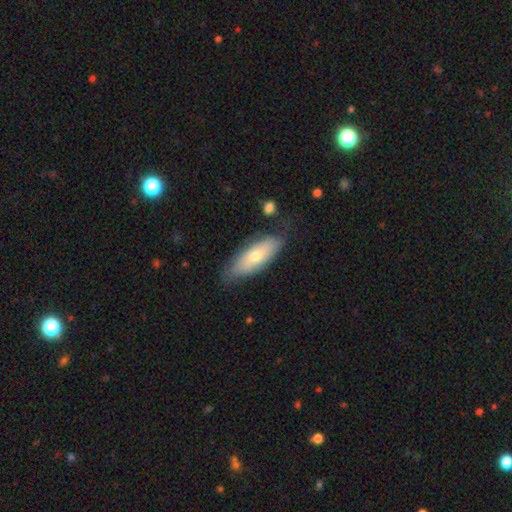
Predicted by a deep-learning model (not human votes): smooth 65%, featured or disk 29%, star or artifact 6%. Down the decision tree: how rounded — in between (71%); merging — none (70%).